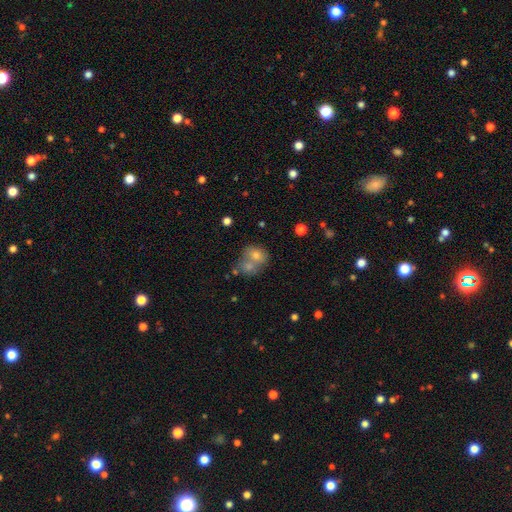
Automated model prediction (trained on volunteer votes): A smooth galaxy with no disk features (68%) that is round (65%).

Vote fractions:
- Smooth or featured? smooth: 68% / featured or disk: 18% / star or artifact: 15%
- How rounded? round: 65% / in between: 34% / cigar-shaped: 1%
- Merging? merger: 54% / none: 32% / minor disturbance: 9% / major disturbance: 4%